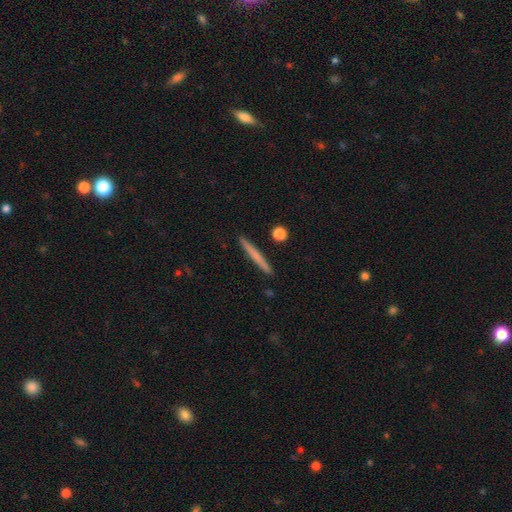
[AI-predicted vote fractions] Smooth or featured? smooth (63%)
How rounded? cigar-shaped (96%)
Merging? none (92%)